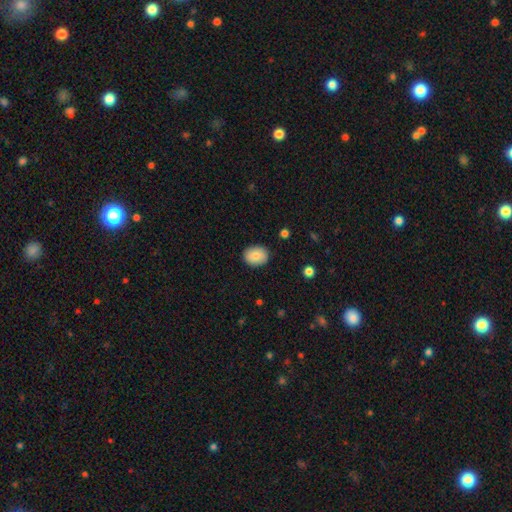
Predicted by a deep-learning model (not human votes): Smooth or featured? smooth (84%)
How rounded? in between (53%)
Merging? none (86%)